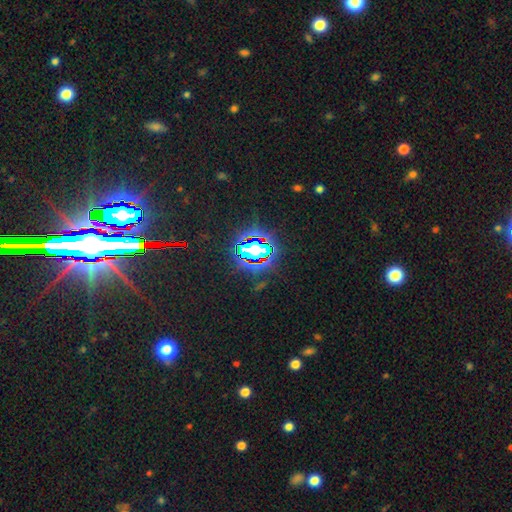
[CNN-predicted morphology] This is clearly a star or artifact rather than a galaxy (83%).